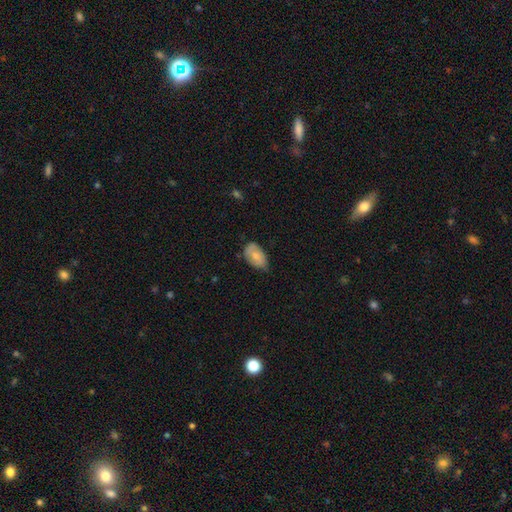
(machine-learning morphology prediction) type=smooth (73%); roundness=in between (92%); merging=none (50%).